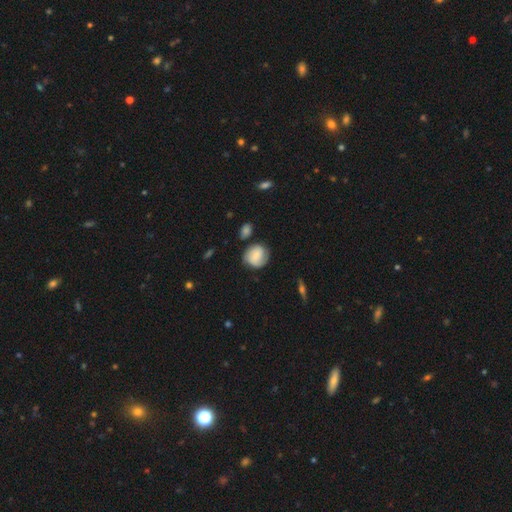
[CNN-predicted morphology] Overall: smooth (54%; featured or disk 38%). How rounded: round (77%). Merging: none (70%).